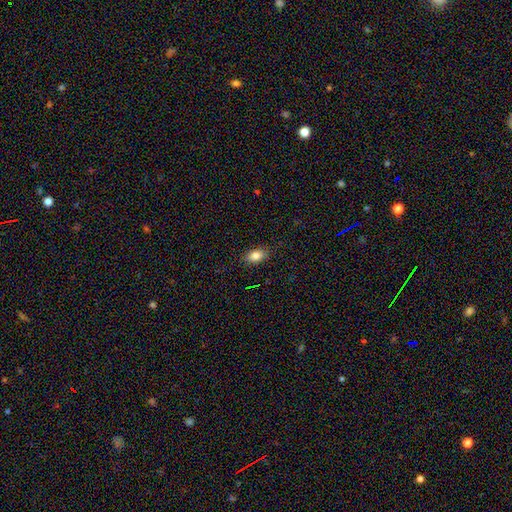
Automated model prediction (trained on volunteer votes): Smooth or featured? Predicted: smooth (p=0.83). How rounded? Predicted: in between (p=0.87). Merging? Predicted: none (p=0.87).